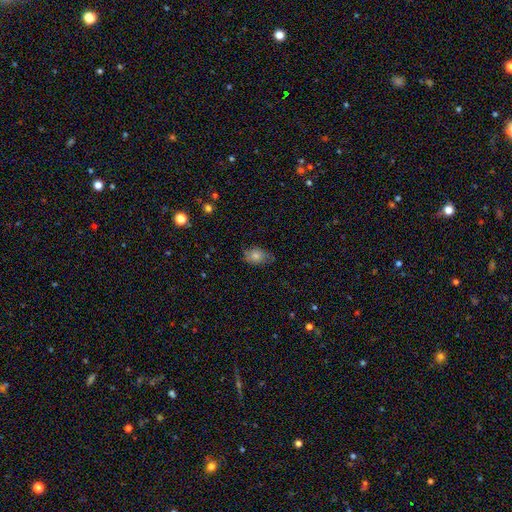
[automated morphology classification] The model was most divided on "merging": none: 66%, minor disturbance: 26%, major disturbance: 7%, merger: 1%. More confident: how rounded — in between (74%); smooth or featured — smooth (65%).